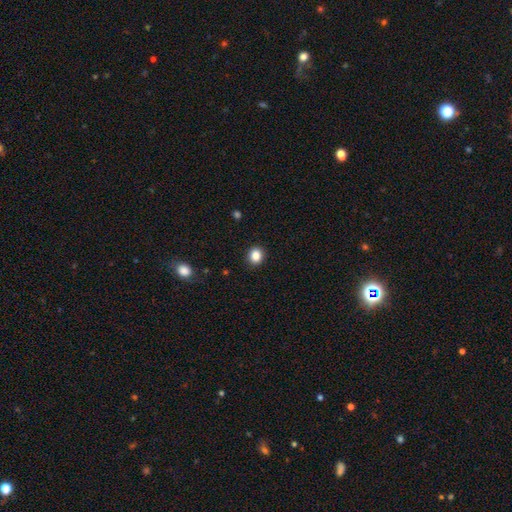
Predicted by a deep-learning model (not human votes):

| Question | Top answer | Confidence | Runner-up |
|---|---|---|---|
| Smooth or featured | smooth | 86% | star or artifact (10%) |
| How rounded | round | 71% | in between (29%) |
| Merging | none | 91% | minor disturbance (6%) |